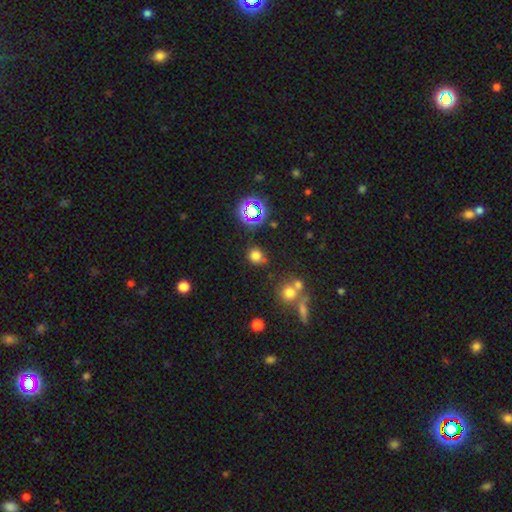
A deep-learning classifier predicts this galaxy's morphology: This is likely a smooth galaxy (68%). How rounded: likely round (73%). Merging: likely none (71%).